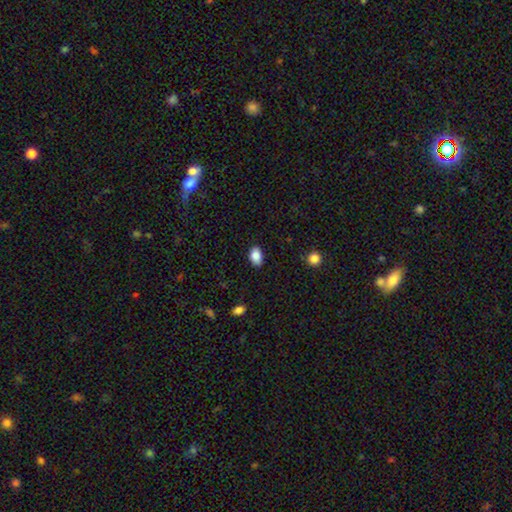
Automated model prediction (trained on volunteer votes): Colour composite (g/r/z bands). It shows a smooth galaxy with no disk features (88%) that is in between round and cigar-shaped (90%). Merging: none (86%).